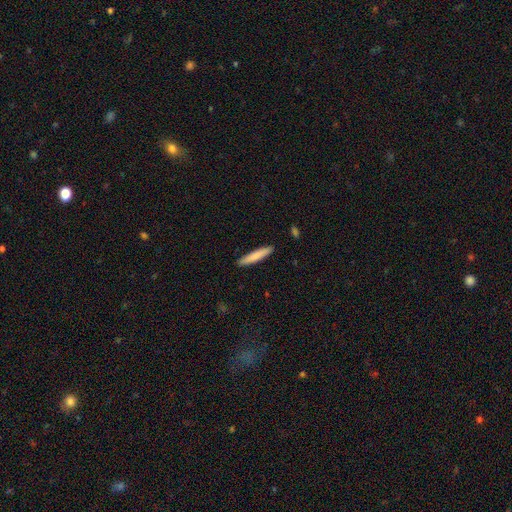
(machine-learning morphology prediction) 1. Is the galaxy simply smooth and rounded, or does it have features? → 79% smooth, 16% featured or disk, 5% star or artifact.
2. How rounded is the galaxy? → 92% cigar-shaped, 7% in between, 1% round.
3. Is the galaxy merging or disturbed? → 91% none, 6% minor disturbance, 1% major disturbance, 1% merger.